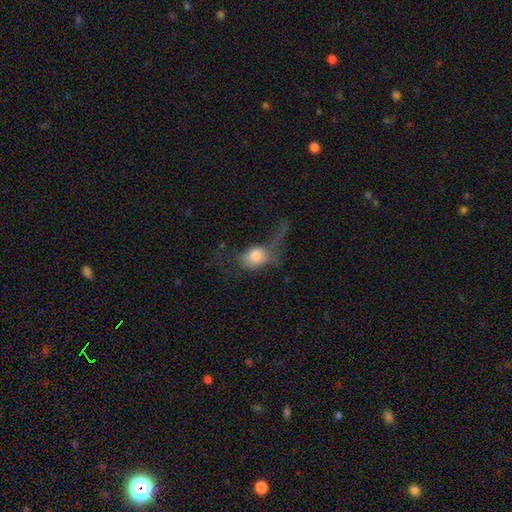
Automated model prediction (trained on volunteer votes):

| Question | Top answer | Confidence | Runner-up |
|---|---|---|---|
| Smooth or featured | smooth | 69% | featured or disk (22%) |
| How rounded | in between | 67% | round (31%) |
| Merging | major disturbance | 54% | none (22%) |